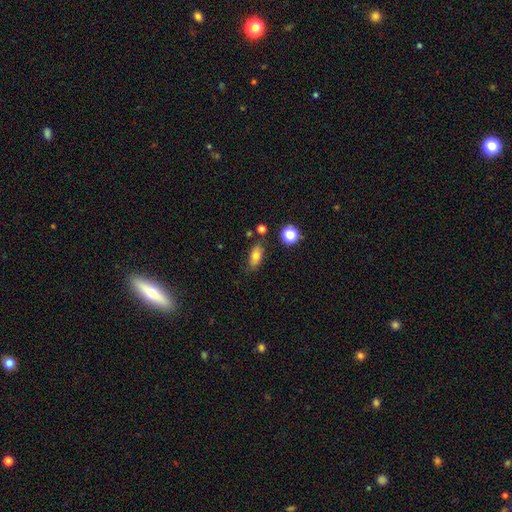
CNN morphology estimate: Smooth or featured: smooth — 74% (featured or disk — 15%)
How rounded: in between — 81% (cigar-shaped — 10%)
Merging: none — 76% (minor disturbance — 16%)